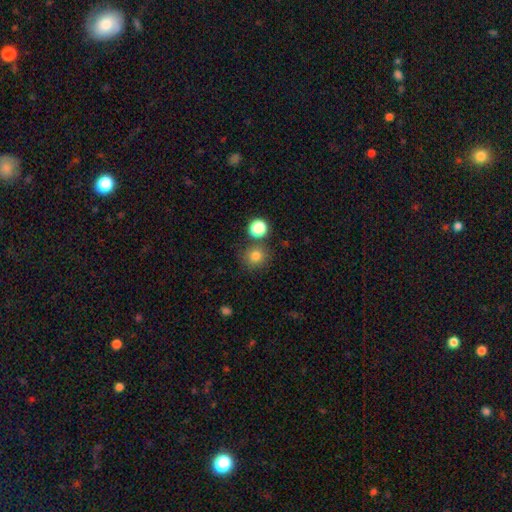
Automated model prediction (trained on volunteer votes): Overall: smooth (80%). How rounded: round (89%). Merging: none (76%).